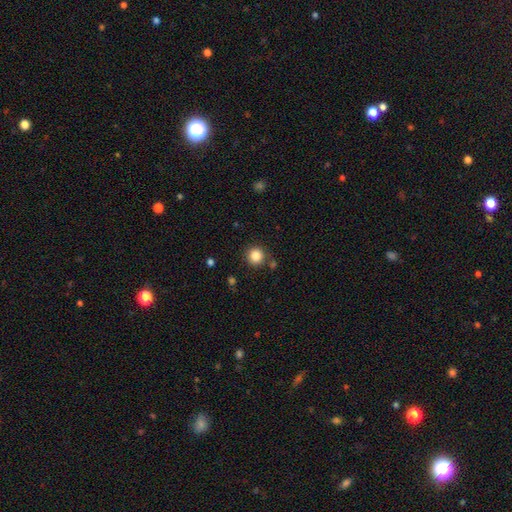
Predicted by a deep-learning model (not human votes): smooth-or-featured: smooth: 85% | star or artifact: 11% | featured or disk: 4%
  how-rounded: round: 94% | in between: 5% | cigar-shaped: 1%
  merging: none: 84% | minor disturbance: 8% | merger: 5% | major disturbance: 3%